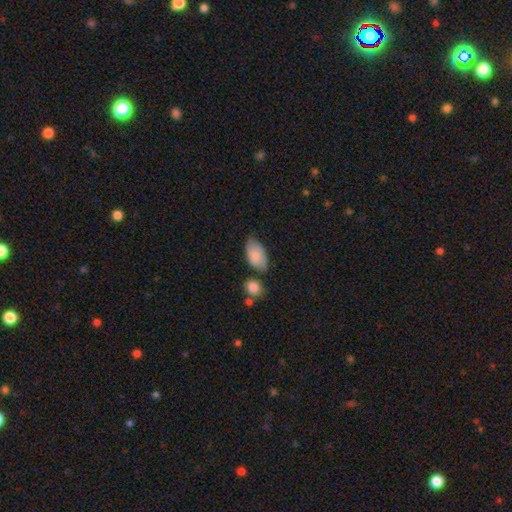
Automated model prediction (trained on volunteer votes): Overall: smooth (82%). How rounded: in between (93%). Merging: none (57%; minor disturbance 27%).